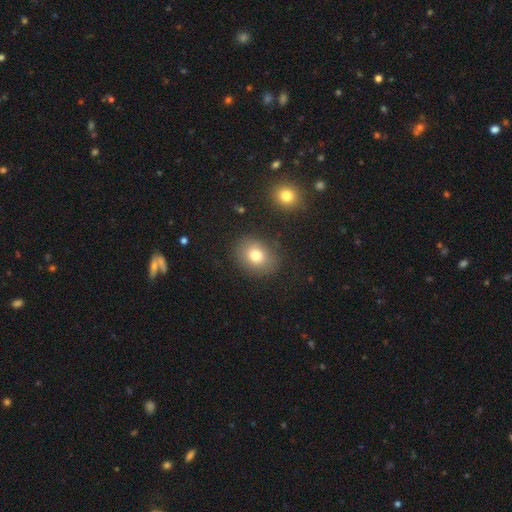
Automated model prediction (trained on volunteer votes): A smooth galaxy with no disk features (76%) that is round (51%).

Vote fractions:
- Smooth or featured? smooth: 76% / featured or disk: 12% / star or artifact: 12%
- How rounded? round: 51% / in between: 48% / cigar-shaped: 1%
- Merging? none: 84% / minor disturbance: 10% / major disturbance: 4% / merger: 2%